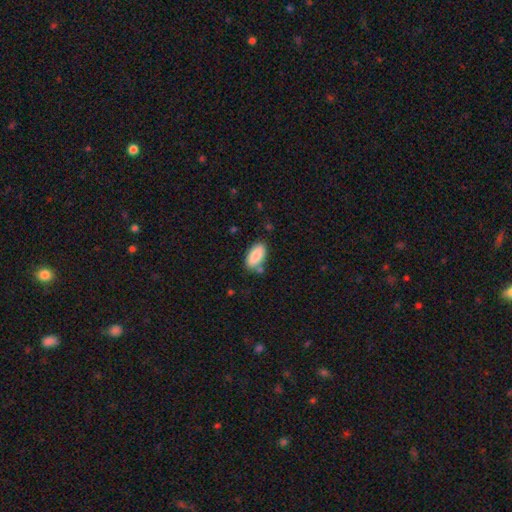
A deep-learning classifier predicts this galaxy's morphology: Smooth or featured?
  - smooth: 87% *
  - featured or disk: 7%
  - star or artifact: 6%
How rounded?
  - in between: 89% *
  - cigar-shaped: 9%
  - round: 2%
Merging?
  - none: 77% *
  - minor disturbance: 14%
  - merger: 5%
  - major disturbance: 3%